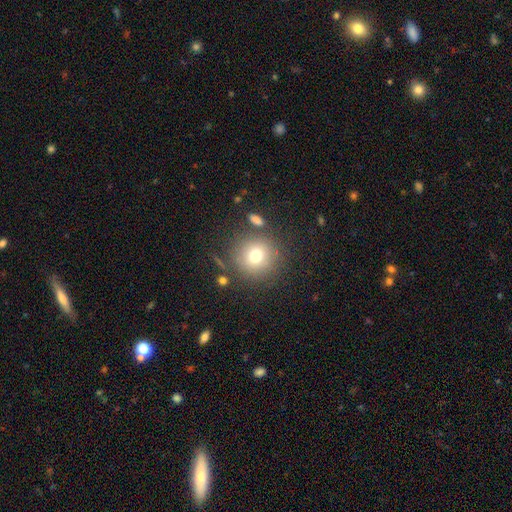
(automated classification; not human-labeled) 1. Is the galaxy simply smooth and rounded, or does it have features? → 73% smooth, 14% star or artifact, 12% featured or disk.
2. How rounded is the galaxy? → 93% round, 6% in between, 1% cigar-shaped.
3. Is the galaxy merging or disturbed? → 81% none, 9% minor disturbance, 6% merger, 4% major disturbance.